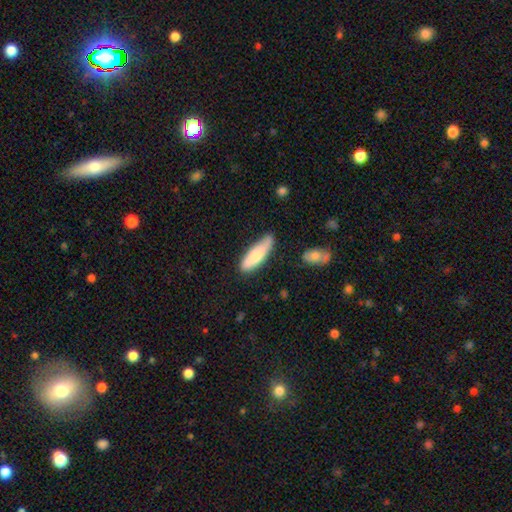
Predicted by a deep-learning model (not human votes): This is likely a smooth galaxy (77%). How rounded: possibly cigar-shaped (53%). Merging: likely none (67%).